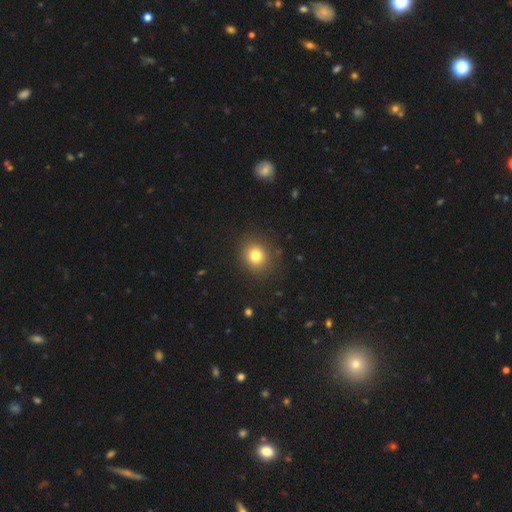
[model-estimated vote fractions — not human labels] Smooth or featured?
  - smooth: 80% *
  - star or artifact: 13%
  - featured or disk: 8%
How rounded?
  - round: 83% *
  - in between: 16%
  - cigar-shaped: 1%
Merging?
  - none: 89% *
  - minor disturbance: 7%
  - major disturbance: 3%
  - merger: 1%